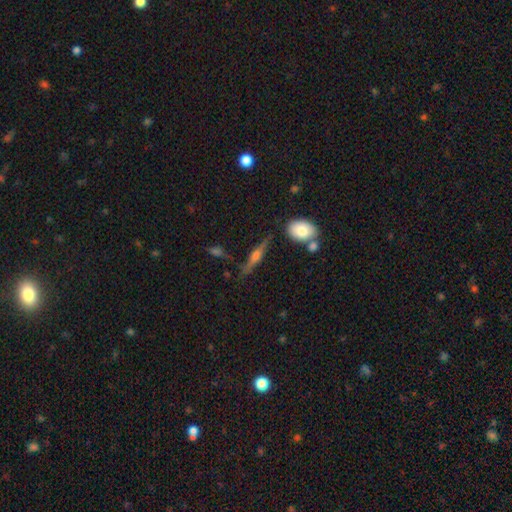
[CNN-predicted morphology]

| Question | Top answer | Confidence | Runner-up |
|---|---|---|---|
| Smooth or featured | featured or disk | 69% | smooth (23%) |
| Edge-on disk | yes | 94% | no (6%) |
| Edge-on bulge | rounded | 89% | boxy (7%) |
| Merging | none | 76% | minor disturbance (14%) |